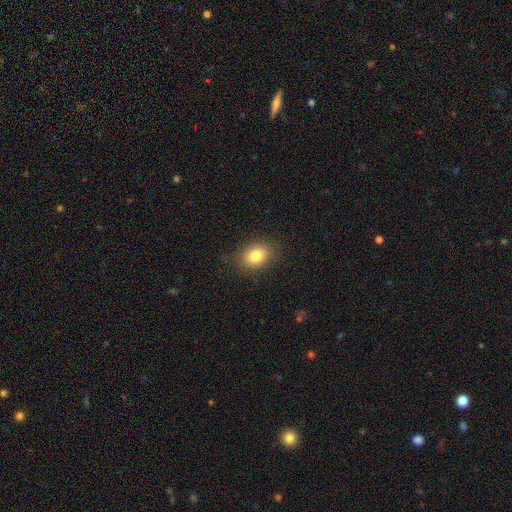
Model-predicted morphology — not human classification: Smooth or featured? Predicted: smooth (p=0.82). How rounded? Predicted: in between (p=0.64). Merging? Predicted: none (p=0.84).